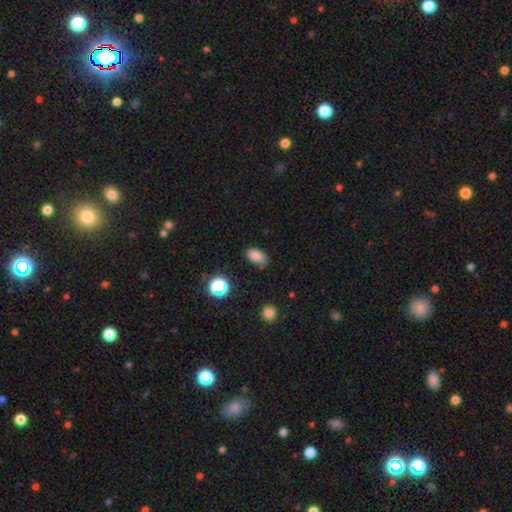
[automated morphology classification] Smooth or featured? Predicted: smooth (p=0.83). How rounded? Predicted: in between (p=0.91). Merging? Predicted: none (p=0.77).